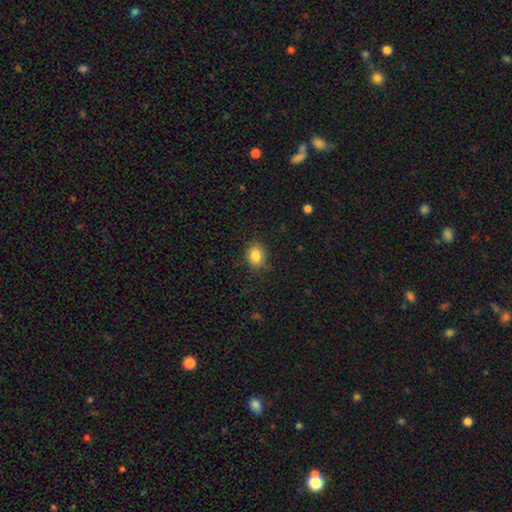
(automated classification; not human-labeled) Smooth or featured?
  - smooth: 85% *
  - star or artifact: 10%
  - featured or disk: 5%
How rounded?
  - round: 63% *
  - in between: 36%
  - cigar-shaped: 1%
Merging?
  - none: 83% *
  - minor disturbance: 12%
  - major disturbance: 3%
  - merger: 1%